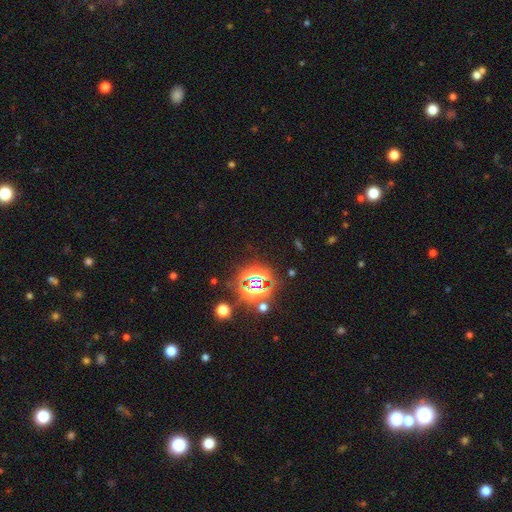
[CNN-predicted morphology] Q: Smooth or featured?
A: star or artifact (79%); runner-up: smooth (13%)